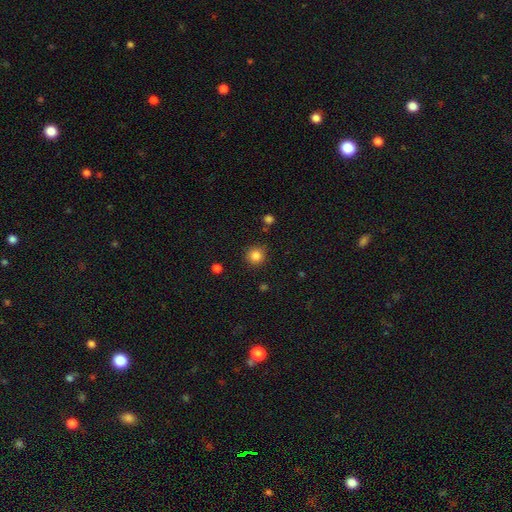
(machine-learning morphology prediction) This is clearly a smooth galaxy (84%). How rounded: clearly round (94%). Merging: clearly none (87%).